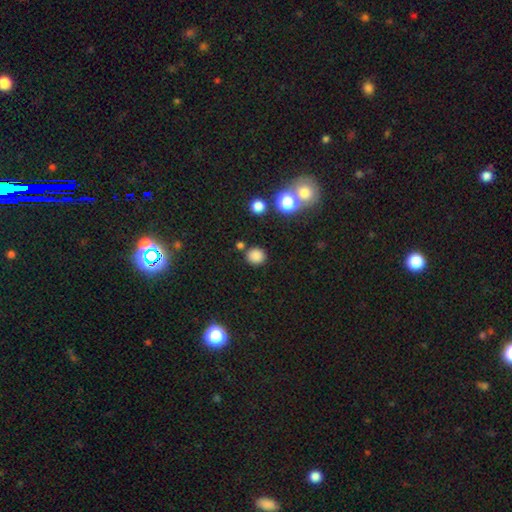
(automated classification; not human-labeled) Smooth or featured?
  - smooth: 83% *
  - star or artifact: 13%
  - featured or disk: 4%
How rounded?
  - round: 86% *
  - in between: 13%
  - cigar-shaped: 1%
Merging?
  - none: 82% *
  - minor disturbance: 9%
  - merger: 6%
  - major disturbance: 3%